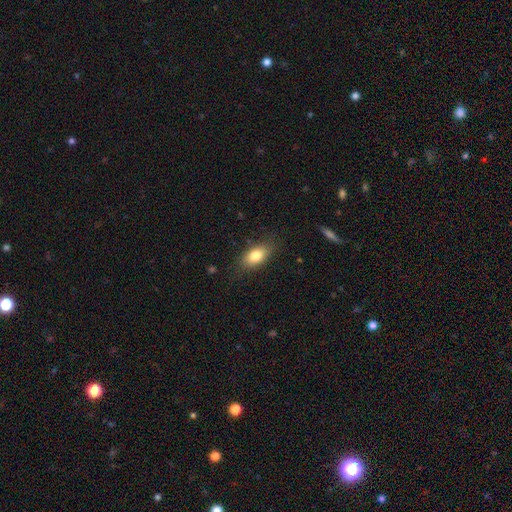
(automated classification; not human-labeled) Smooth or featured? smooth (80%)
How rounded? in between (87%)
Merging? none (81%)